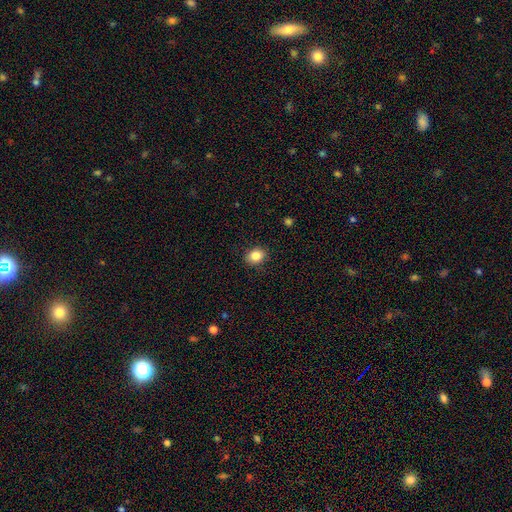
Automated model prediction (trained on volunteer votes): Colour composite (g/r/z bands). It shows a smooth galaxy with no disk features (85%) that is round (50%). Merging: none (88%).